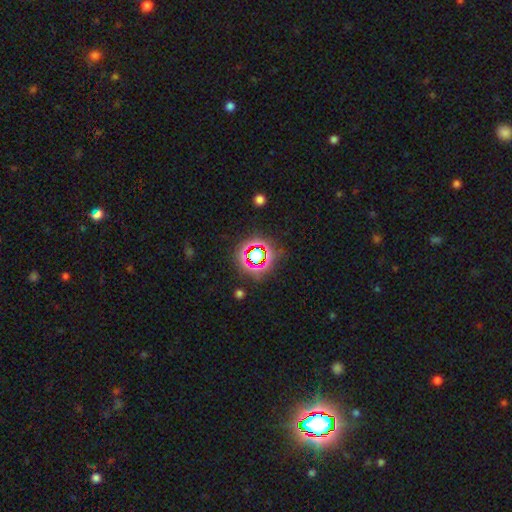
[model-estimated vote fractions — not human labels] This appears to be a star or artifact, not a galaxy (68%).